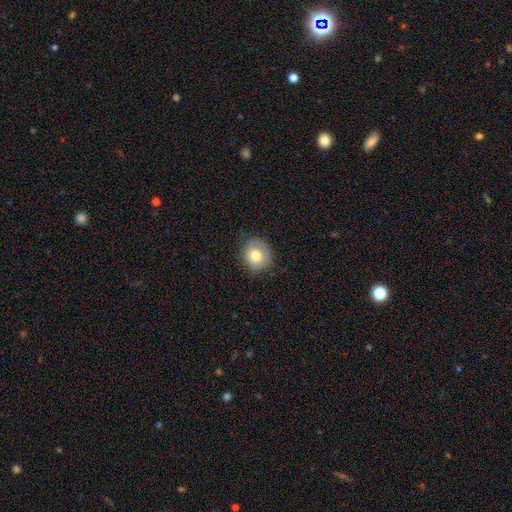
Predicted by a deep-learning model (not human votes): A smooth galaxy with no disk features (75%) that is round (79%).

Vote fractions:
- Smooth or featured? smooth: 75% / featured or disk: 16% / star or artifact: 8%
- How rounded? round: 79% / in between: 20% / cigar-shaped: 1%
- Merging? none: 76% / minor disturbance: 18% / major disturbance: 4% / merger: 1%